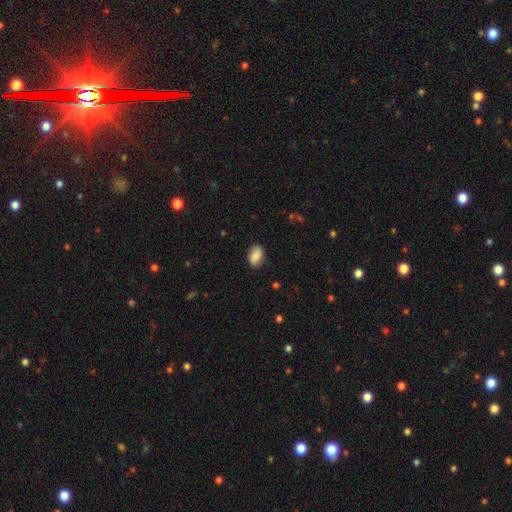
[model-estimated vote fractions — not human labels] Overall: smooth (88%). How rounded: in between (90%). Merging: none (84%).